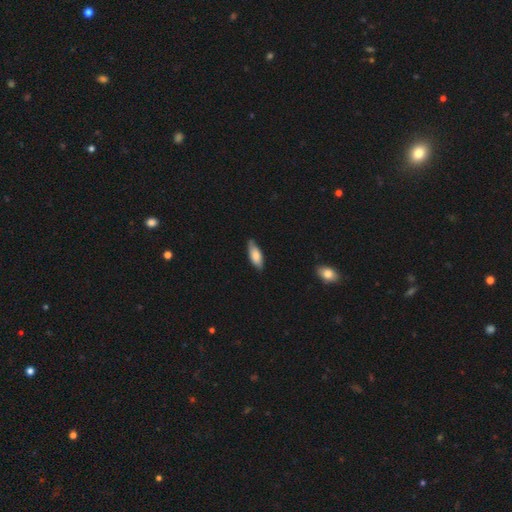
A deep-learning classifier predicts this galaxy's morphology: A smooth galaxy with no disk features (78%) that is in between round and cigar-shaped (73%).

Vote fractions:
- Smooth or featured? smooth: 78% / featured or disk: 16% / star or artifact: 6%
- How rounded? in between: 73% / cigar-shaped: 25% / round: 2%
- Merging? none: 74% / minor disturbance: 22% / major disturbance: 3% / merger: 1%